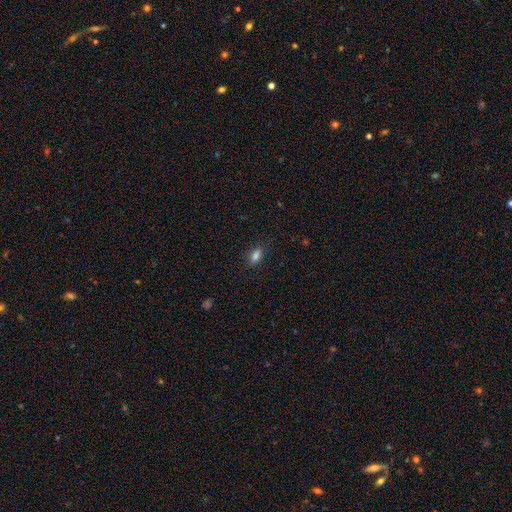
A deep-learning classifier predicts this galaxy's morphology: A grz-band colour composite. It shows a smooth galaxy with no disk features (80%) that is in between round and cigar-shaped (76%). Merging: none (82%).